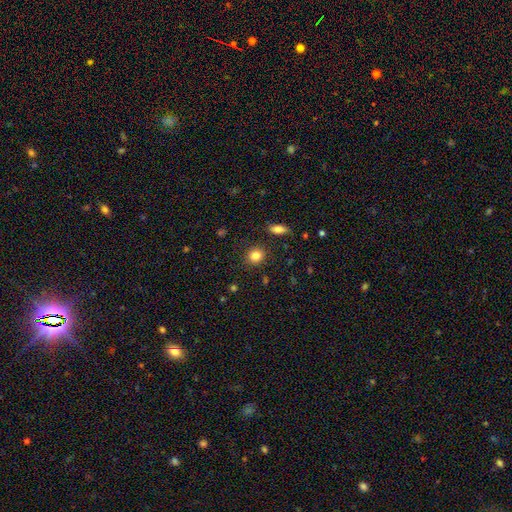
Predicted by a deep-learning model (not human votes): Smooth or featured: smooth — 84% (star or artifact — 11%)
How rounded: round — 81% (in between — 18%)
Merging: none — 88% (minor disturbance — 8%)